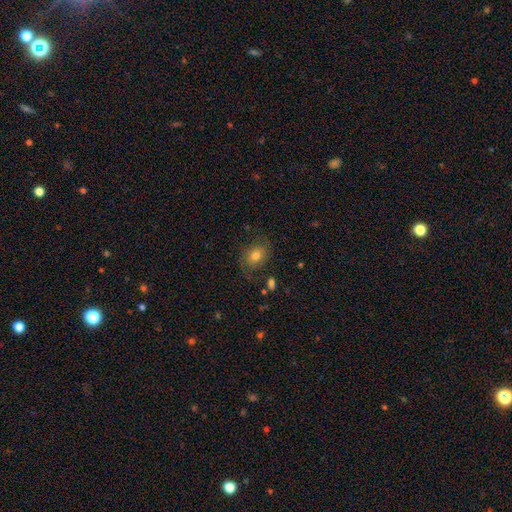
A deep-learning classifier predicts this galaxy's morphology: smooth 67%, featured or disk 21%, star or artifact 11%. Down the decision tree: how rounded — in between (50%); merging — none (71%).